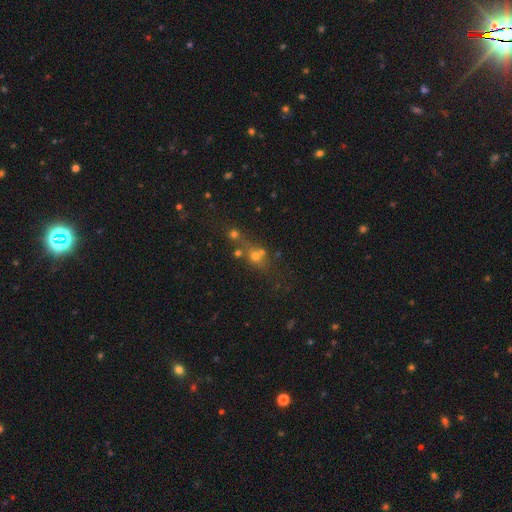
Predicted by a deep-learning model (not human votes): Smooth or featured: smooth — 52% (star or artifact — 28%)
How rounded: round — 72% (in between — 24%)
Merging: none — 43% (merger — 41%)